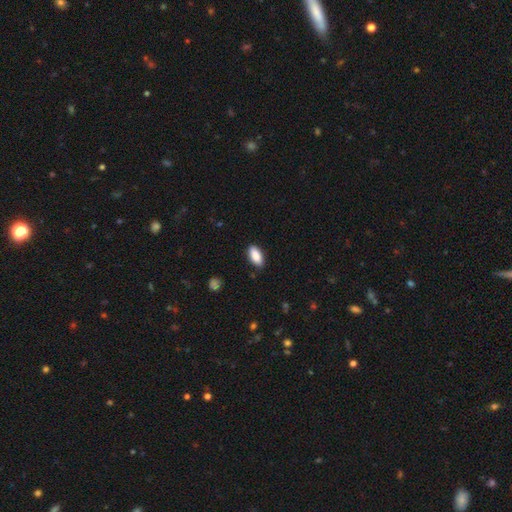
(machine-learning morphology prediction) Smooth or featured? Predicted: smooth (p=0.87). How rounded? Predicted: in between (p=0.86). Merging? Predicted: none (p=0.86).